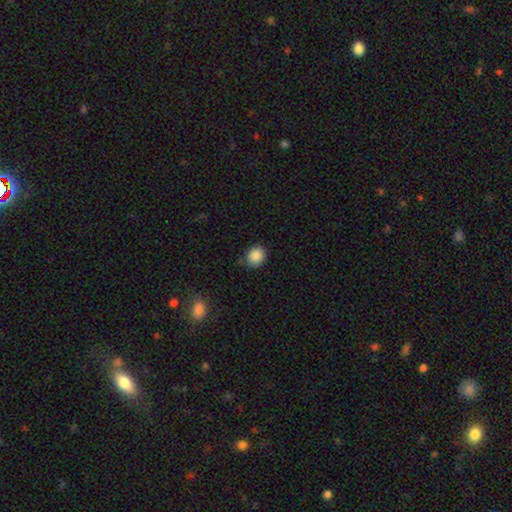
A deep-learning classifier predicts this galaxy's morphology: The model was most divided on "how rounded": round: 71%, in between: 28%, cigar-shaped: 1%. More confident: smooth or featured — smooth (87%); merging — none (72%).